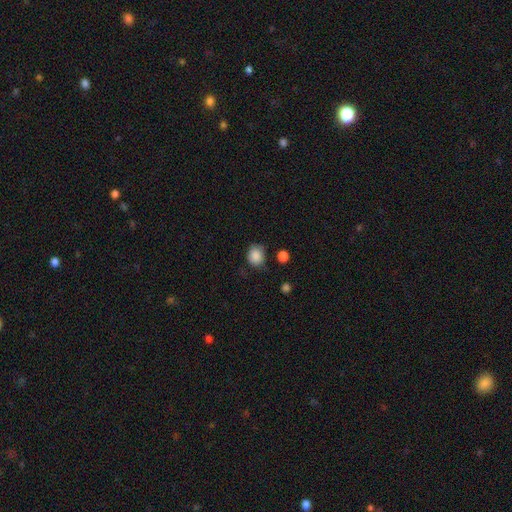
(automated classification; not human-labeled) Smooth or featured: smooth — 87% (star or artifact — 9%)
How rounded: round — 63% (in between — 36%)
Merging: none — 69% (minor disturbance — 23%)